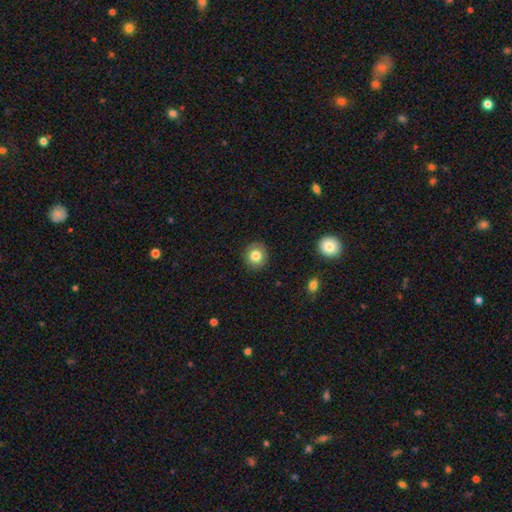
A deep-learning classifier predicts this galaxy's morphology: This appears to be a smooth galaxy with no disk features (80%) that is round (87%). Merging: none (89%).